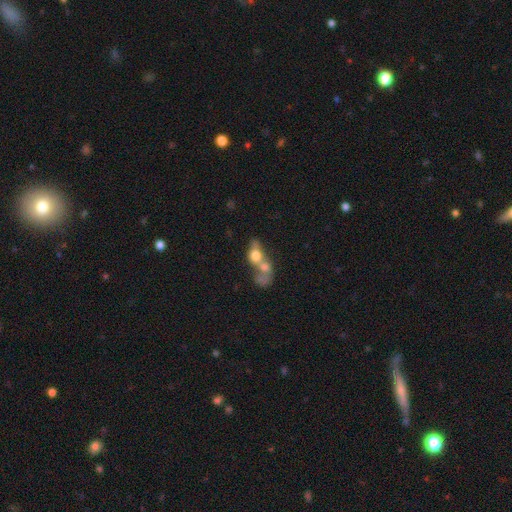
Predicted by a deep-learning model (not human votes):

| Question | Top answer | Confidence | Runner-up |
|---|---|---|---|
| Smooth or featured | smooth | 61% | featured or disk (29%) |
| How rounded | in between | 54% | round (40%) |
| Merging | merger | 77% | none (9%) |